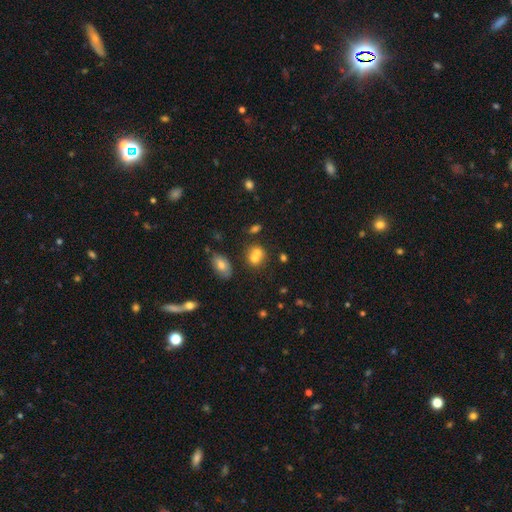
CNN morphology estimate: This appears to be a smooth galaxy with no disk features (68%) that is round (65%). Merging: merger (55%).